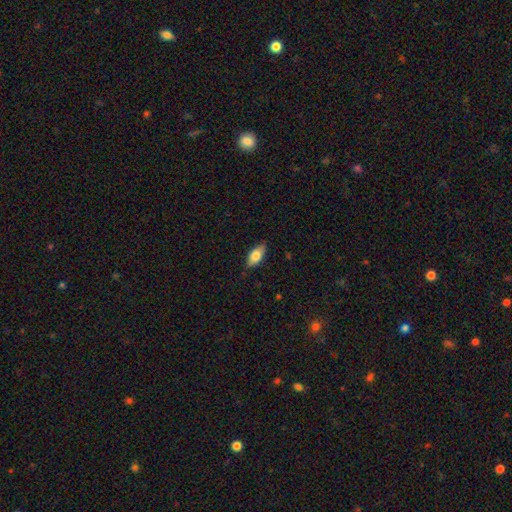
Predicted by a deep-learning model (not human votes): This is likely a smooth galaxy (74%). How rounded: clearly in between (87%). Merging: clearly none (82%).